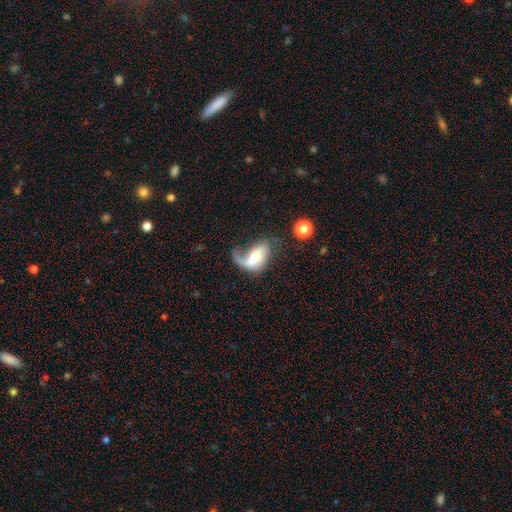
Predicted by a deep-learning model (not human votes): smooth-or-featured: featured or disk: 50% | smooth: 42% | star or artifact: 8%
  disk-edge-on: no: 94% | yes: 6%
  merging: major disturbance: 47% | none: 24% | minor disturbance: 18% | merger: 11%